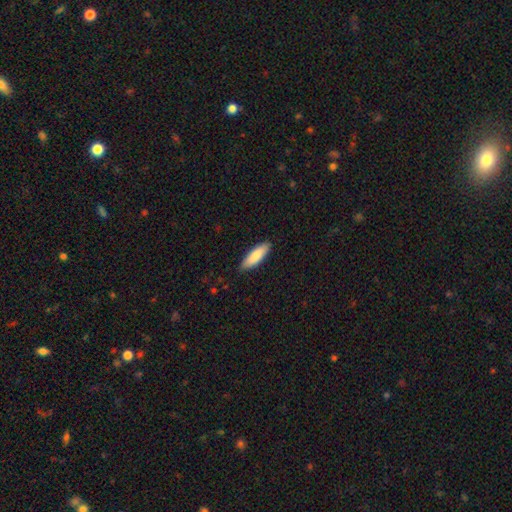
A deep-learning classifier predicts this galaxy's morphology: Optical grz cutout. It shows a smooth galaxy with no disk features (84%) that is in between round and cigar-shaped (52%). Merging: none (88%).